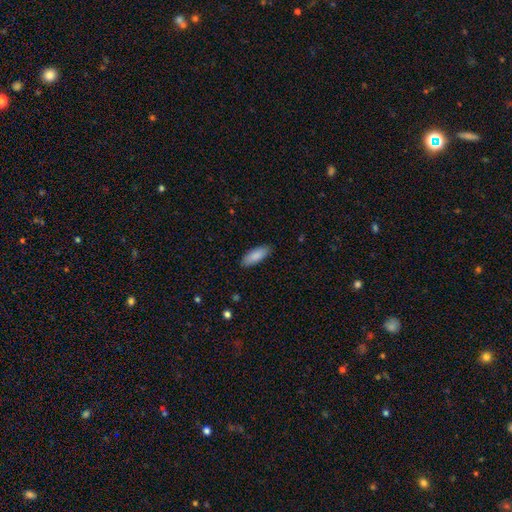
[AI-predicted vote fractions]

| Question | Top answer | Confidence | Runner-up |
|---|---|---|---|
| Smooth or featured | smooth | 88% | featured or disk (6%) |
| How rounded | in between | 72% | cigar-shaped (27%) |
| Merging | none | 87% | minor disturbance (10%) |